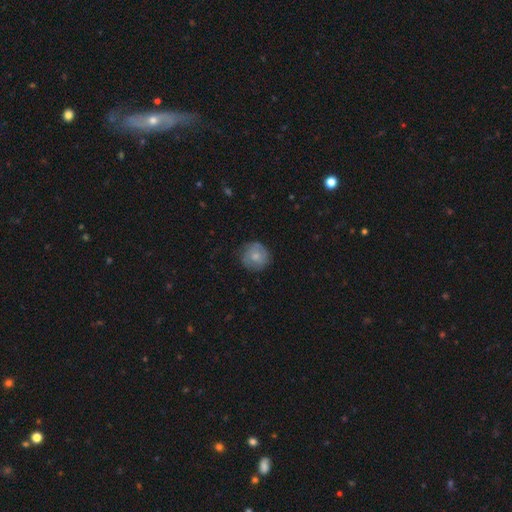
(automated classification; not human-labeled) Smooth or featured? smooth (64%)
How rounded? round (92%)
Merging? none (77%)